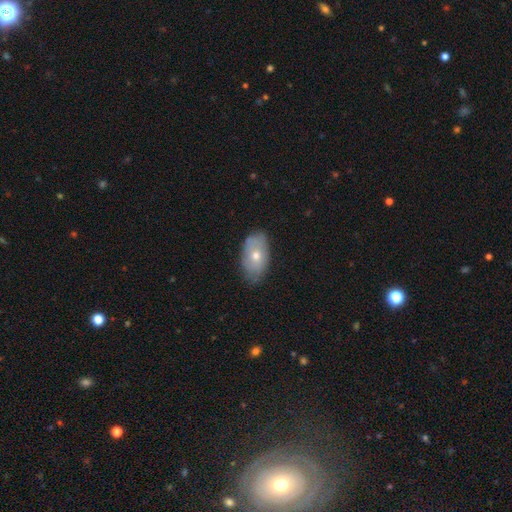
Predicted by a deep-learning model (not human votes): This appears to be a smooth galaxy with no disk features (60%) that is in between round and cigar-shaped (91%). Merging: none (74%).